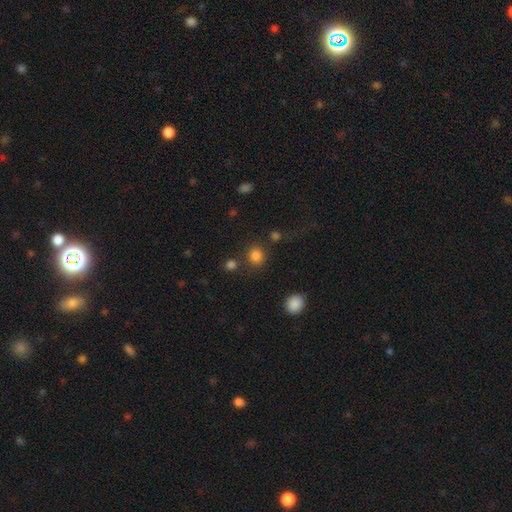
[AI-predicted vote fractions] This is clearly a smooth galaxy (83%). How rounded: clearly round (86%). Merging: likely none (78%).